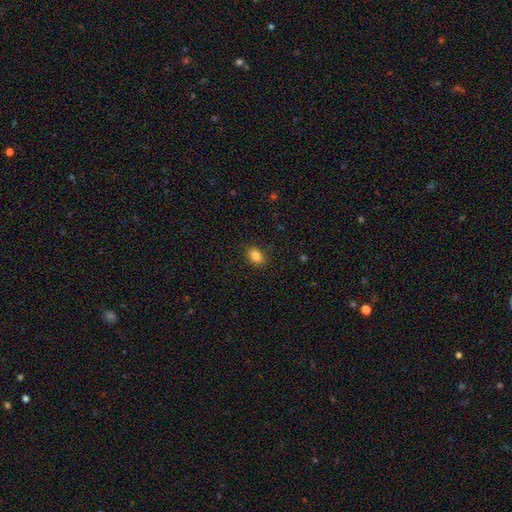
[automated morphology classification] smooth 86%, star or artifact 9%, featured or disk 5%. Down the decision tree: how rounded — in between (75%); merging — none (87%).